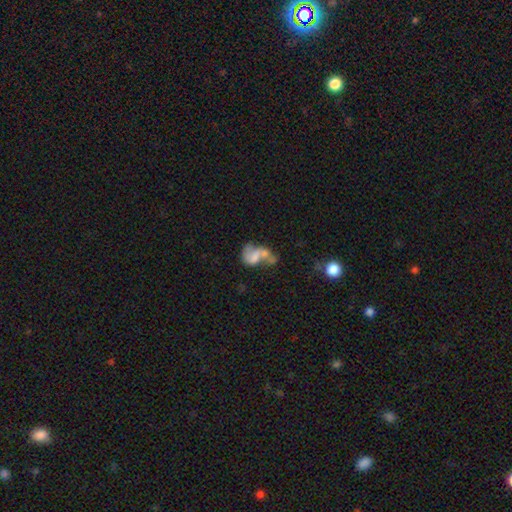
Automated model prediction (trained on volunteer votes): This is possibly a featured or disk galaxy (48%). Merging: possibly merger (47%).